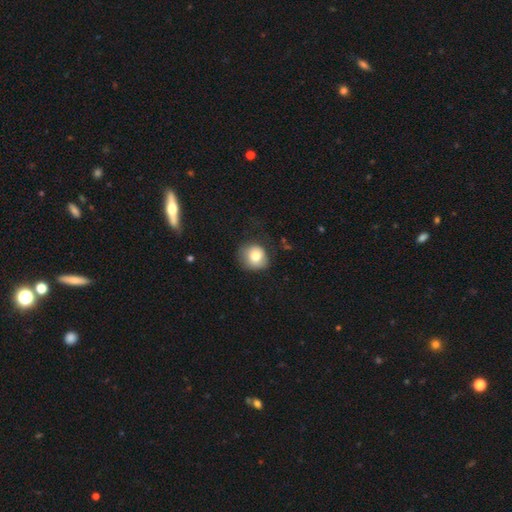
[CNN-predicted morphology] smooth 78%, featured or disk 13%, star or artifact 9%. Down the decision tree: how rounded — round (83%); merging — none (70%).